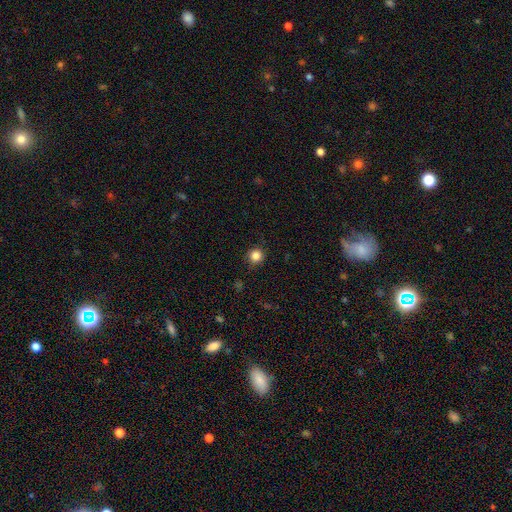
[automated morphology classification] smooth 84%, star or artifact 12%, featured or disk 4%. Down the decision tree: how rounded — round (95%); merging — none (90%).